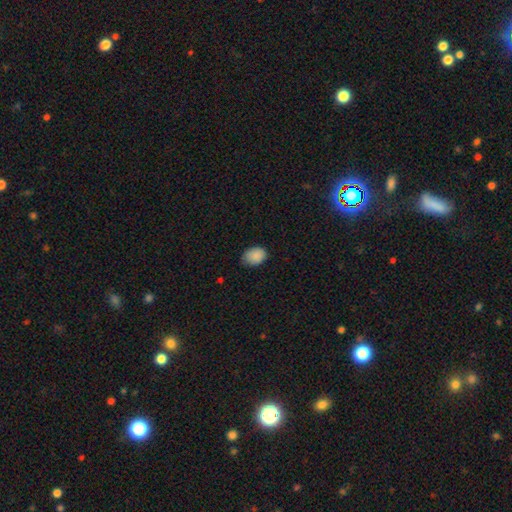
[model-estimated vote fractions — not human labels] Overall: smooth (89%). How rounded: in between (72%). Merging: none (73%).